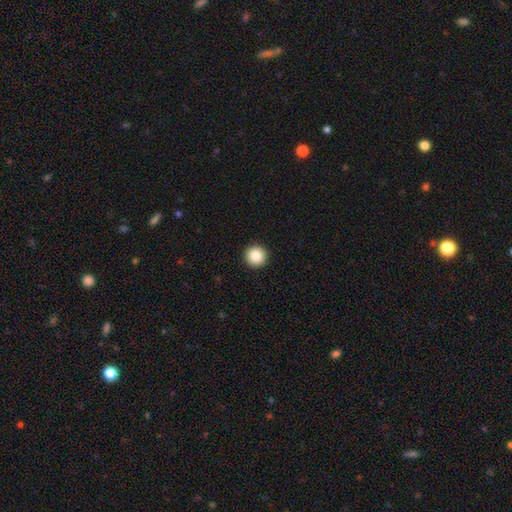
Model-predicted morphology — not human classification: smooth 87%, star or artifact 9%, featured or disk 4%. Down the decision tree: how rounded — round (96%); merging — none (94%).